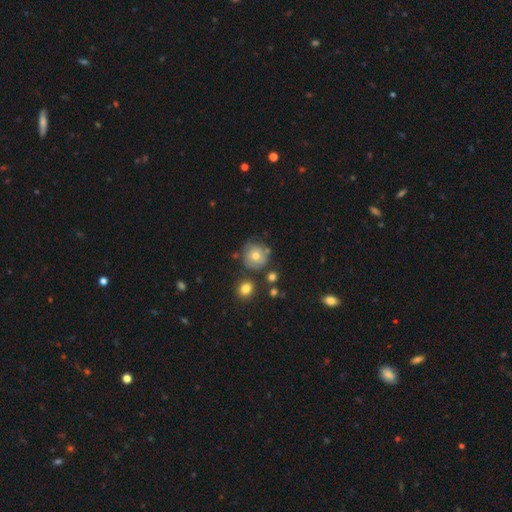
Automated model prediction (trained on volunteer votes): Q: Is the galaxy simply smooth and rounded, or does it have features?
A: featured or disk — 45%, tied with smooth.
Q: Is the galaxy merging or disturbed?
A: none — 67%.